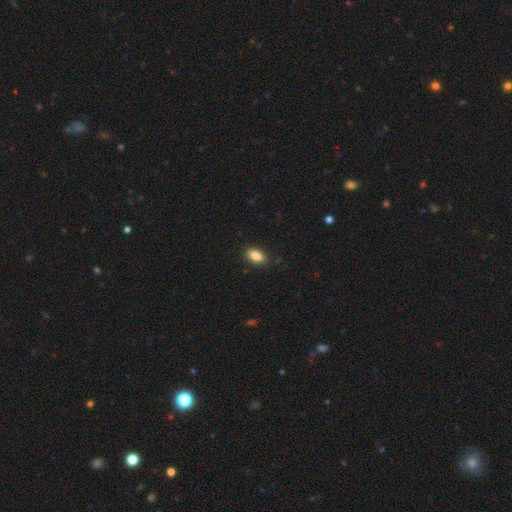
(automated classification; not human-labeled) The model was most divided on "smooth or featured": smooth: 85%, star or artifact: 8%, featured or disk: 7%. More confident: how rounded — in between (90%); merging — none (88%).